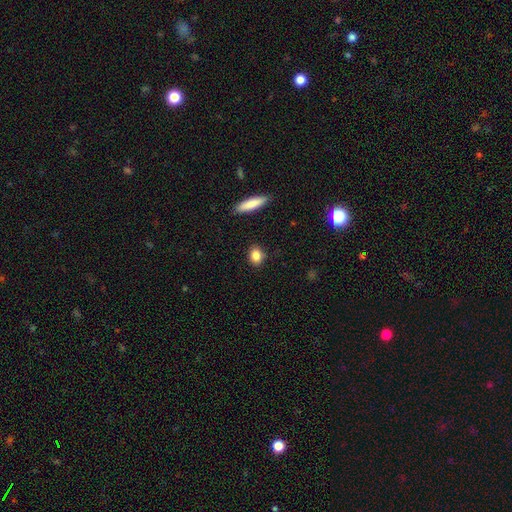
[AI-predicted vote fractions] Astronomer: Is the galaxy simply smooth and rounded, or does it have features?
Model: smooth — 84%.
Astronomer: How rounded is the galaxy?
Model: in between — 65%.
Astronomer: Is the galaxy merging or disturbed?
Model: none — 86%.